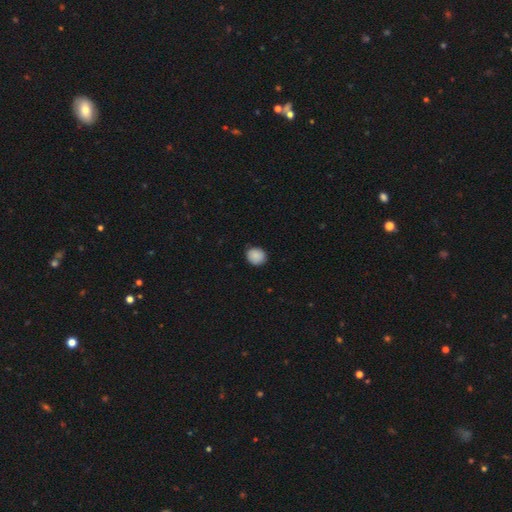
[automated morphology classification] Smooth or featured? smooth (89%)
How rounded? round (73%)
Merging? none (86%)